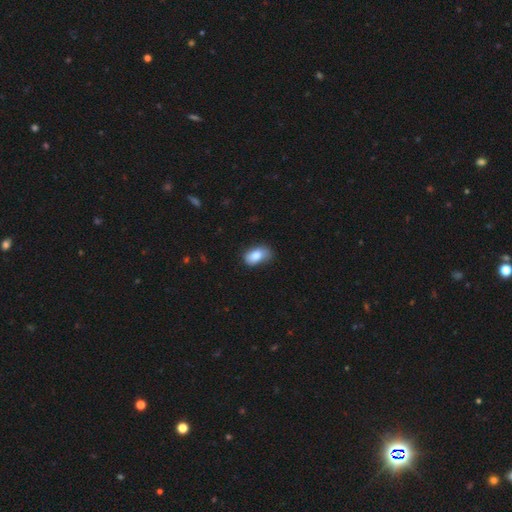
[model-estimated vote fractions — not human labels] Overall: smooth (81%). How rounded: in between (88%). Merging: none (55%; minor disturbance 34%).